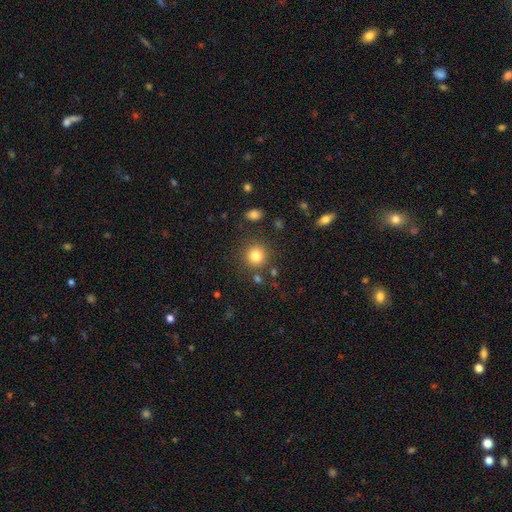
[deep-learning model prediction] Smooth or featured?
  - smooth: 82% *
  - star or artifact: 12%
  - featured or disk: 7%
How rounded?
  - round: 92% *
  - in between: 7%
  - cigar-shaped: 1%
Merging?
  - none: 84% *
  - minor disturbance: 8%
  - merger: 4%
  - major disturbance: 3%